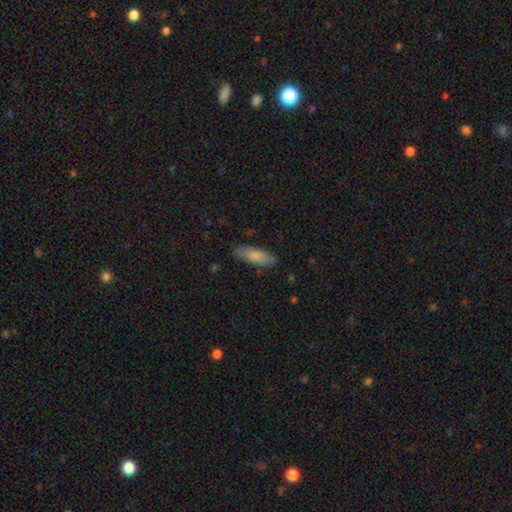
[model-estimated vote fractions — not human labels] Smooth or featured: smooth — 81% (featured or disk — 13%)
How rounded: in between — 62% (cigar-shaped — 37%)
Merging: none — 82% (minor disturbance — 14%)